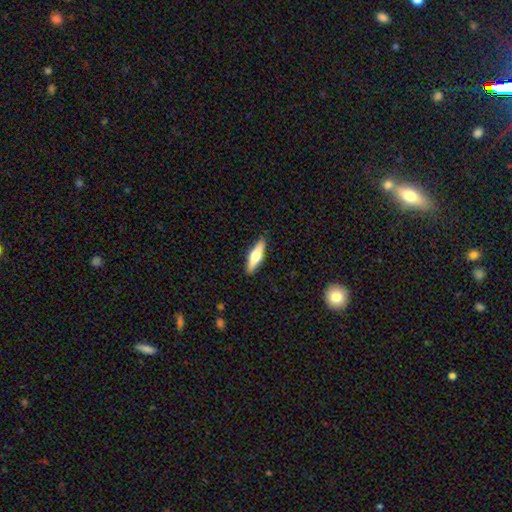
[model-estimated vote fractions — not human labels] The model was most divided on "smooth or featured": featured or disk: 53%, smooth: 41%, star or artifact: 5%. More confident: edge-on disk — yes (95%); edge-on bulge — rounded (95%); merging — none (90%).